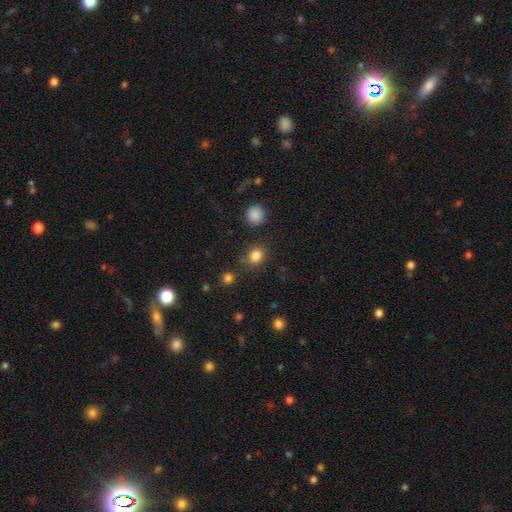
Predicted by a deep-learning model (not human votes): A smooth galaxy with no disk features (83%) that is round (68%).

Vote fractions:
- Smooth or featured? smooth: 83% / star or artifact: 12% / featured or disk: 5%
- How rounded? round: 68% / in between: 31% / cigar-shaped: 1%
- Merging? none: 83% / minor disturbance: 10% / merger: 4% / major disturbance: 4%